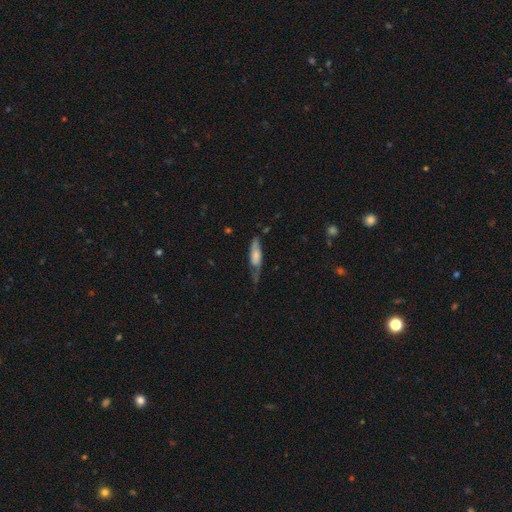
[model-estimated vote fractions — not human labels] Overall: smooth (52%; featured or disk 42%). How rounded: cigar-shaped (51%; in between 47%). Merging: none (38%; minor disturbance 35%).